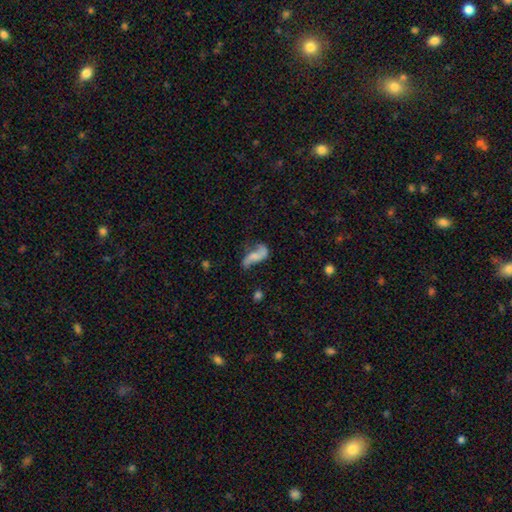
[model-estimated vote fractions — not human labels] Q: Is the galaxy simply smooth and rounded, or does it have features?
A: featured or disk — 62%.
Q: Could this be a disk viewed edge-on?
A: no — 94%.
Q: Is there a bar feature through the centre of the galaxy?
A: no — 57%.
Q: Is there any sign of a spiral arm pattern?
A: yes — 85%.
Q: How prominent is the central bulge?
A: none — 38%.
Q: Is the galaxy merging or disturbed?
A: none — 46%.